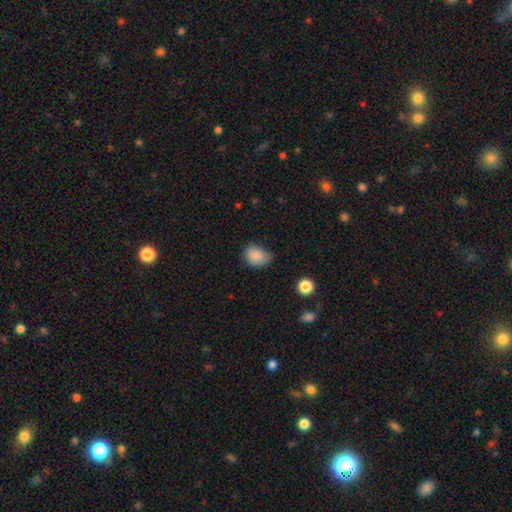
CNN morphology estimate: Q: Smooth or featured?
A: smooth (85%); runner-up: star or artifact (9%)
Q: How rounded?
A: in between (50%); runner-up: round (49%)
Q: Merging?
A: none (52%); runner-up: minor disturbance (38%)